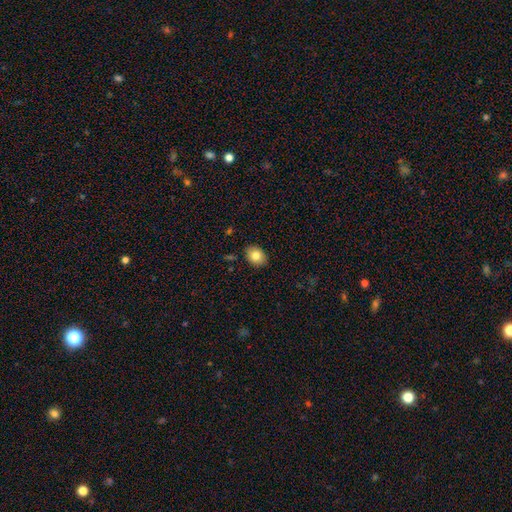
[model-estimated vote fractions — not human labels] Smooth or featured?
  - smooth: 81% *
  - featured or disk: 11%
  - star or artifact: 8%
How rounded?
  - in between: 69% *
  - round: 30%
  - cigar-shaped: 1%
Merging?
  - none: 88% *
  - minor disturbance: 9%
  - major disturbance: 2%
  - merger: 1%